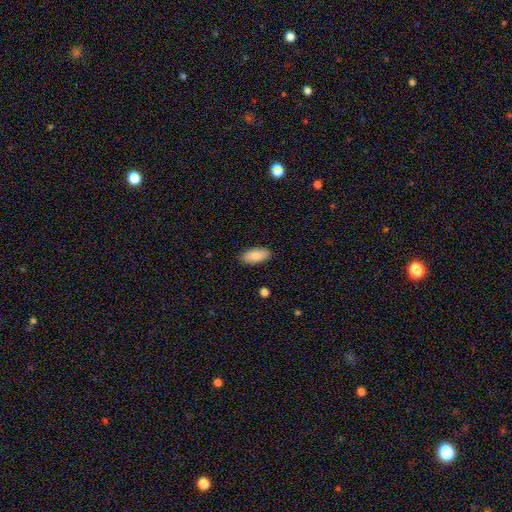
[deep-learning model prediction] A smooth galaxy with no disk features (86%) that is in between round and cigar-shaped (88%).

Vote fractions:
- Smooth or featured? smooth: 86% / featured or disk: 8% / star or artifact: 6%
- How rounded? in between: 88% / cigar-shaped: 10% / round: 2%
- Merging? none: 87% / minor disturbance: 10% / major disturbance: 2% / merger: 1%